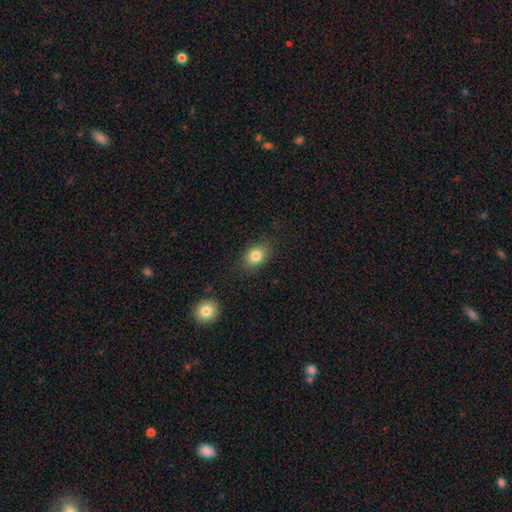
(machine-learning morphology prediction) The model was most divided on "how rounded": in between: 66%, round: 33%, cigar-shaped: 1%. More confident: merging — none (84%); smooth or featured — smooth (82%).